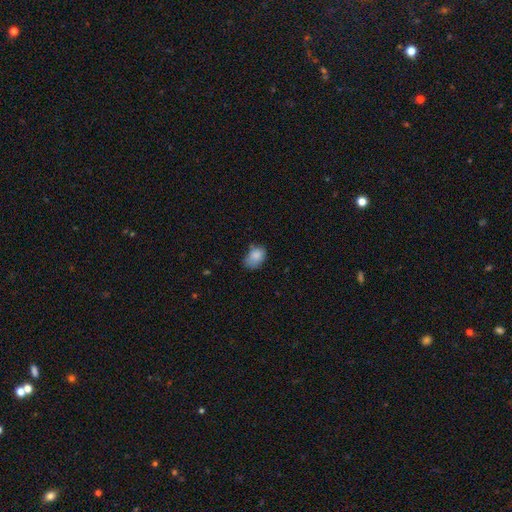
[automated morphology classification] A smooth galaxy with no disk features (84%) that is in between round and cigar-shaped (80%). Merging: none (53%).